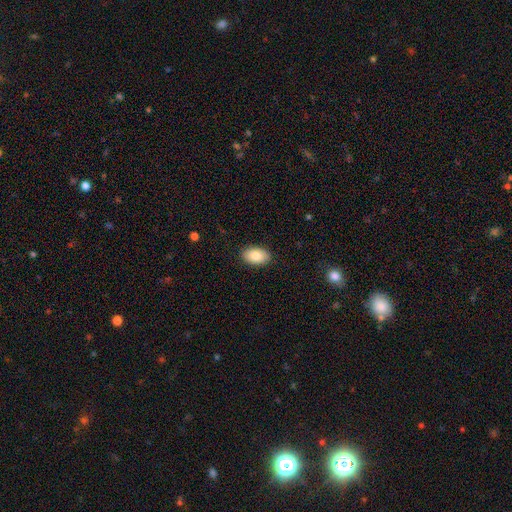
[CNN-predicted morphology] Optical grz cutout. It shows a smooth galaxy with no disk features (84%) that is in between round and cigar-shaped (92%). Merging: none (88%).